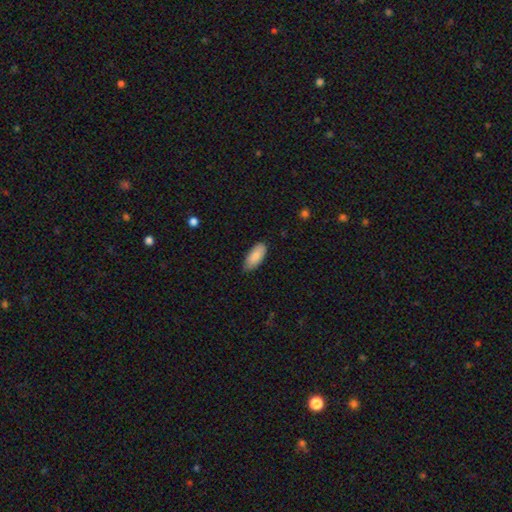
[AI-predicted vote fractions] A smooth galaxy with no disk features (87%) that is in between round and cigar-shaped (89%). Merging: none (76%).